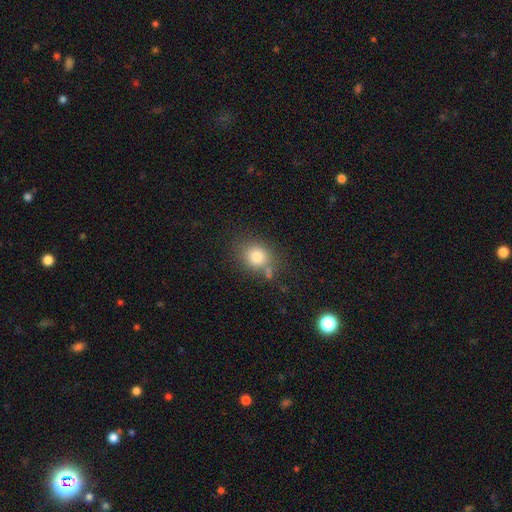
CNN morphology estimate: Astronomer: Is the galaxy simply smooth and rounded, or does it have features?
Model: smooth — 79%.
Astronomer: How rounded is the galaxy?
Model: round — 68%.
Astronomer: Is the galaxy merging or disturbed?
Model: none — 71%.